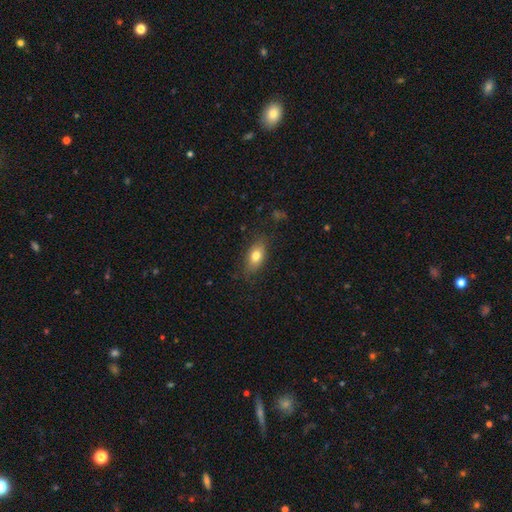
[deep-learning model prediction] Q: Smooth or featured?
A: smooth (76%); runner-up: featured or disk (15%)
Q: How rounded?
A: in between (84%); runner-up: round (8%)
Q: Merging?
A: none (80%); runner-up: minor disturbance (15%)